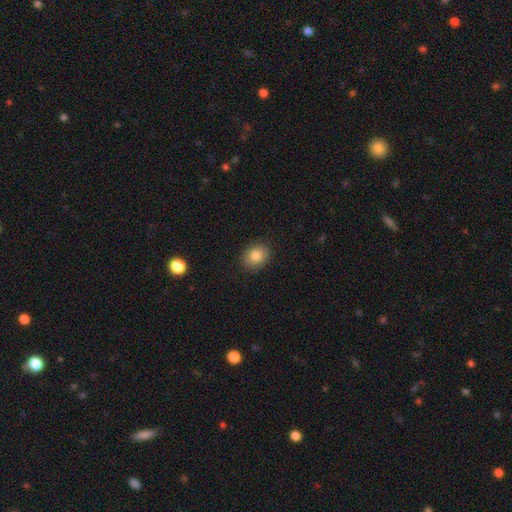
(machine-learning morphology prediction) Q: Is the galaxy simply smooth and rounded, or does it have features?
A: smooth — 83%.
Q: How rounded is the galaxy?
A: in between — 50%.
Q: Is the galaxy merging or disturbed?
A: none — 87%.